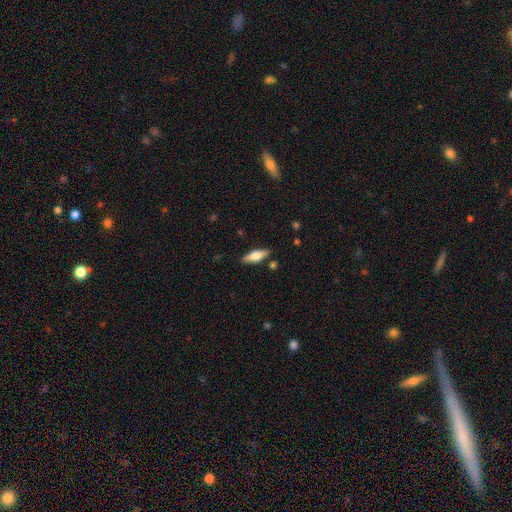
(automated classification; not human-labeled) This appears to be a smooth galaxy with no disk features (63%) that is in between round and cigar-shaped (58%). Merging: none (83%).